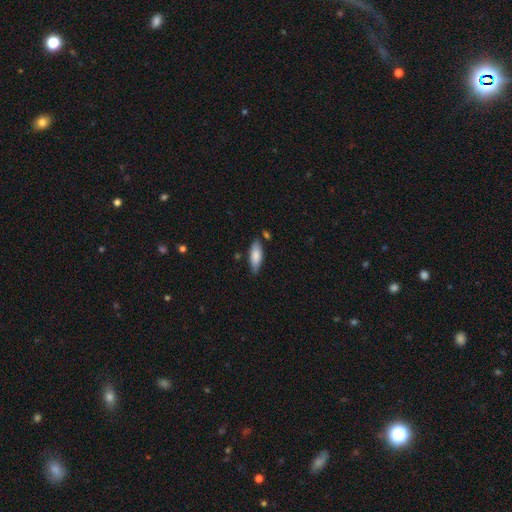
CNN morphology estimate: smooth_or_featured: smooth (p=0.82) [alt: featured or disk p=0.12]
how_rounded: in between (p=0.68) [alt: cigar-shaped p=0.30]
merging: none (p=0.76) [alt: minor disturbance p=0.17]